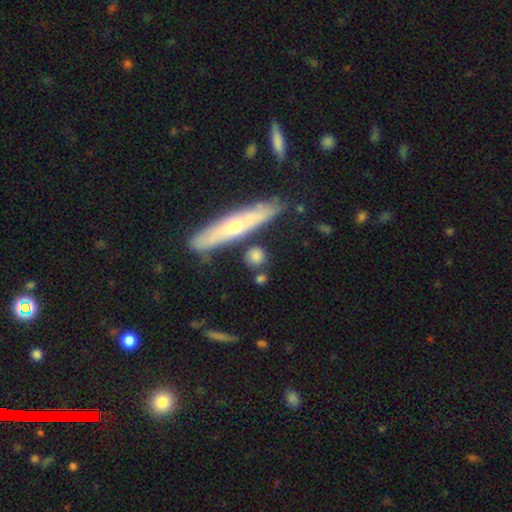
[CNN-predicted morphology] smooth_or_featured: smooth (p=0.74) [alt: featured or disk p=0.19]
how_rounded: round (p=0.64) [alt: cigar-shaped p=0.22]
merging: none (p=0.78) [alt: minor disturbance p=0.11]